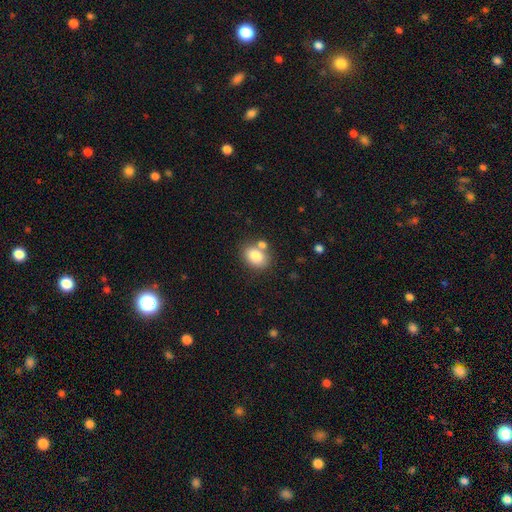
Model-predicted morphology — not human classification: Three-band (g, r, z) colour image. It shows a smooth galaxy with no disk features (82%) that is in between round and cigar-shaped (66%). Merging: none (65%).